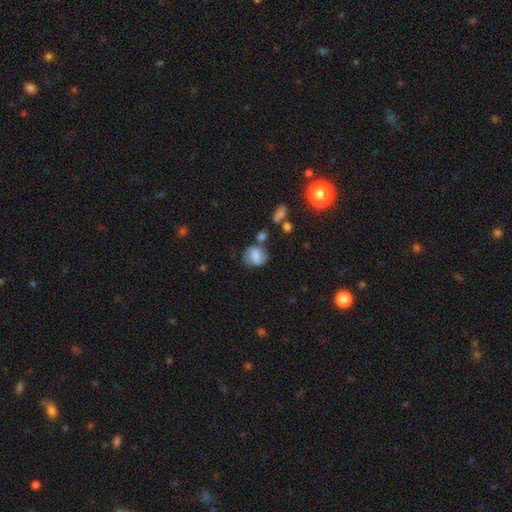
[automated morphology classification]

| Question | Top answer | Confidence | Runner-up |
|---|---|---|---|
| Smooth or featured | smooth | 62% | featured or disk (28%) |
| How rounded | round | 61% | in between (37%) |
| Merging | none | 59% | minor disturbance (21%) |